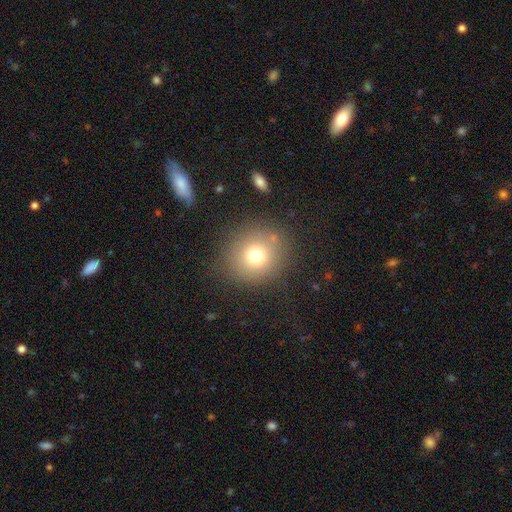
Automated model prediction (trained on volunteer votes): Smooth or featured?
  - smooth: 73% *
  - star or artifact: 15%
  - featured or disk: 13%
How rounded?
  - round: 88% *
  - in between: 11%
  - cigar-shaped: 1%
Merging?
  - none: 83% *
  - minor disturbance: 10%
  - major disturbance: 5%
  - merger: 3%